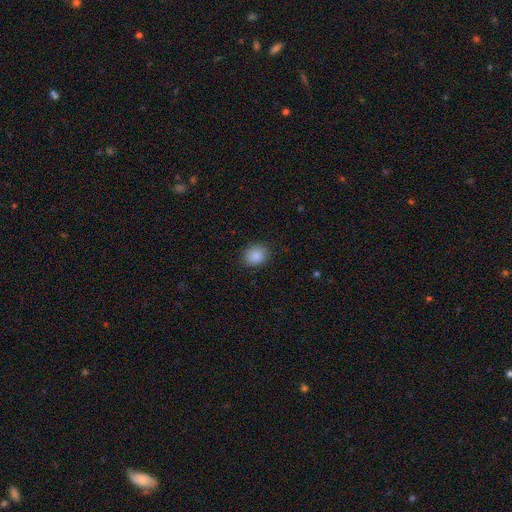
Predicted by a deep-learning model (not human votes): Smooth or featured? smooth (88%)
How rounded? round (58%)
Merging? none (86%)